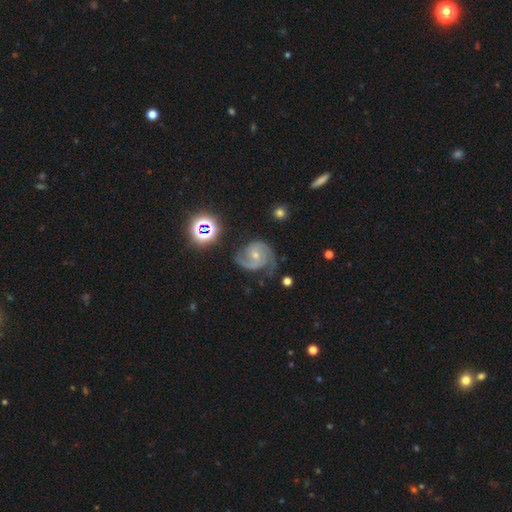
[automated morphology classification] Q: Smooth or featured?
A: featured or disk (85%); runner-up: star or artifact (8%)
Q: Edge-on disk?
A: no (98%); runner-up: yes (2%)
Q: Bar?
A: no (62%); runner-up: weak (30%)
Q: Spiral arms?
A: yes (97%); runner-up: no (3%)
Q: Spiral winding?
A: medium (53%); runner-up: tight (32%)
Q: Spiral arm count?
A: 2 (77%); runner-up: 3 (8%)
Q: Bulge size?
A: small (56%); runner-up: moderate (40%)
Q: Merging?
A: none (63%); runner-up: minor disturbance (23%)